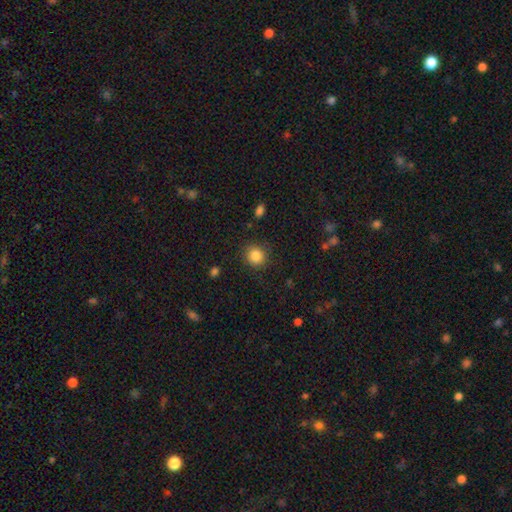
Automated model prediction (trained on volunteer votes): Q: Smooth or featured?
A: smooth (85%); runner-up: star or artifact (10%)
Q: How rounded?
A: round (88%); runner-up: in between (11%)
Q: Merging?
A: none (87%); runner-up: minor disturbance (9%)